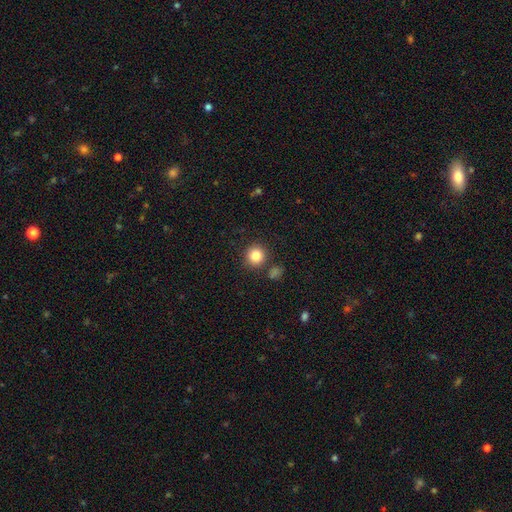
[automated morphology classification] smooth-or-featured: smooth: 84% | star or artifact: 11% | featured or disk: 5%
  how-rounded: round: 92% | in between: 7% | cigar-shaped: 1%
  merging: none: 85% | minor disturbance: 7% | merger: 5% | major disturbance: 3%